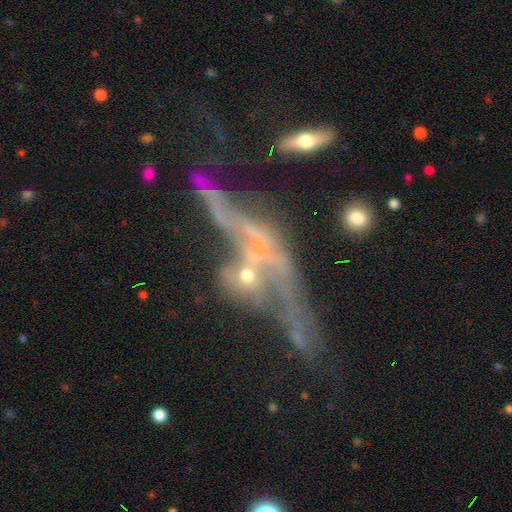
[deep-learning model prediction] This is likely a featured or disk galaxy (73%). It is possibly not viewed edge-on (59%). Merging: marginally merger (36%).